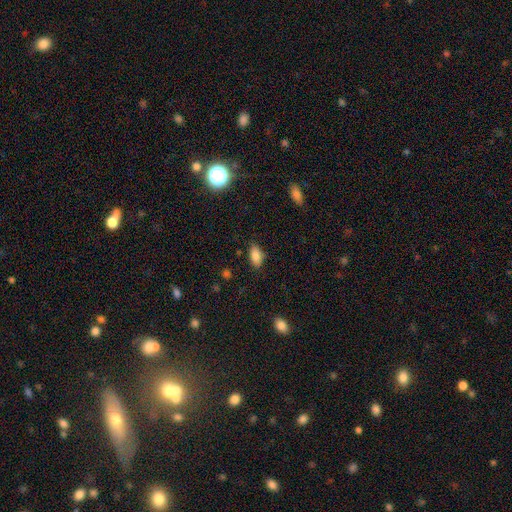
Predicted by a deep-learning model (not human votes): This is clearly a smooth galaxy (84%). How rounded: clearly in between (90%). Merging: clearly none (82%).